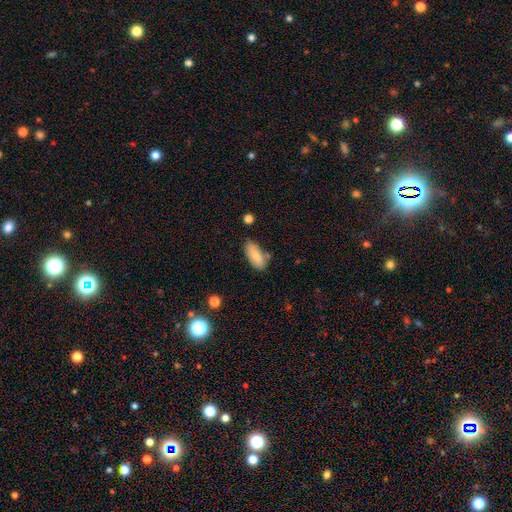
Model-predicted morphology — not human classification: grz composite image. It shows a smooth galaxy with no disk features (83%) that is in between round and cigar-shaped (84%). Merging: none (72%).